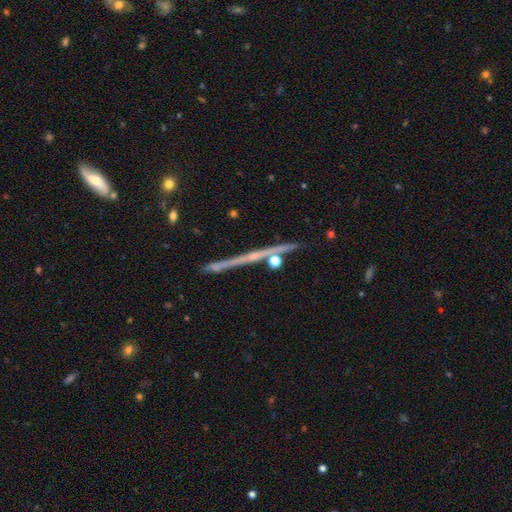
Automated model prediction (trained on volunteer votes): Smooth or featured? featured or disk (68%)
Edge-on disk? yes (95%)
Edge-on bulge? none (52%)
Merging? none (79%)